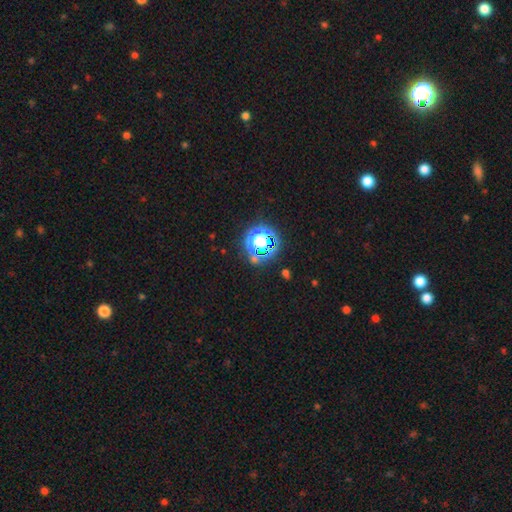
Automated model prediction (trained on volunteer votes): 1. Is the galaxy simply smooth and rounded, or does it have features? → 66% star or artifact, 25% smooth, 9% featured or disk.